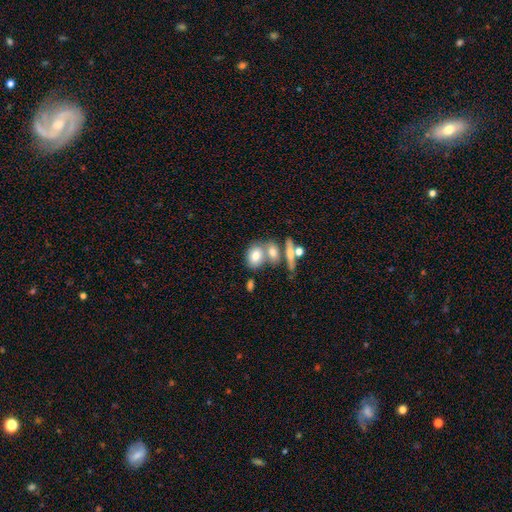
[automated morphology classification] Smooth or featured: smooth — 72% (featured or disk — 20%)
How rounded: in between — 71% (round — 25%)
Merging: merger — 45% (none — 40%)